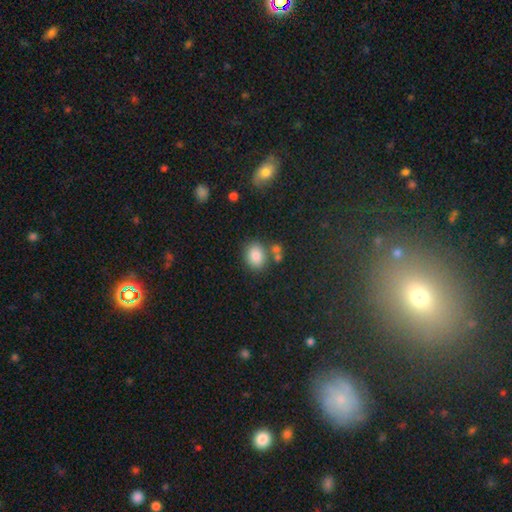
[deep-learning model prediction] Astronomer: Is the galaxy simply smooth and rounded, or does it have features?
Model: smooth — 83%.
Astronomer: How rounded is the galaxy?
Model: in between — 53% (runner-up: round, 46%).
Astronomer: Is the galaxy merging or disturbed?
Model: none — 68%.